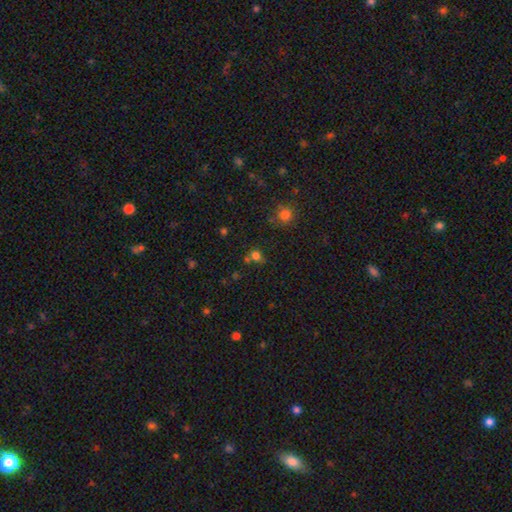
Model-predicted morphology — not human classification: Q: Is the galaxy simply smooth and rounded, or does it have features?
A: smooth — 73%.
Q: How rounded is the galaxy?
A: round — 63%.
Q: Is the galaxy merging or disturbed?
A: none — 58%.